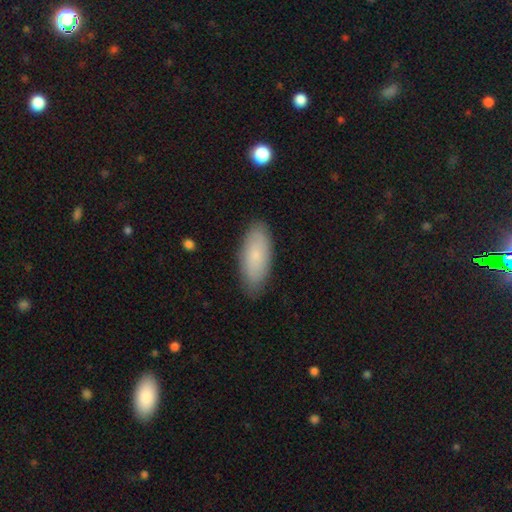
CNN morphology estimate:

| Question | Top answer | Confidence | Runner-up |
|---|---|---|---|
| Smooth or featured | smooth | 76% | featured or disk (17%) |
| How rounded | in between | 85% | cigar-shaped (13%) |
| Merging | none | 84% | minor disturbance (12%) |